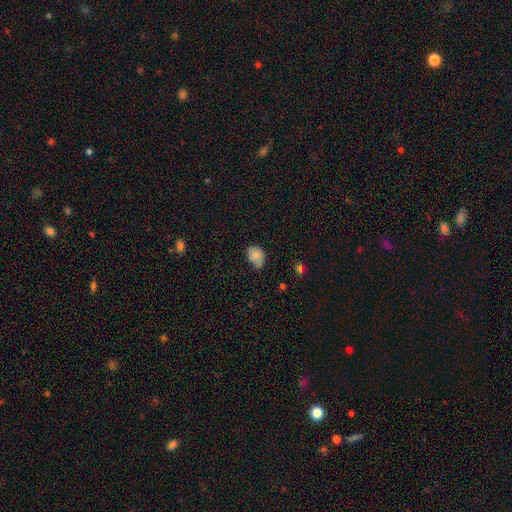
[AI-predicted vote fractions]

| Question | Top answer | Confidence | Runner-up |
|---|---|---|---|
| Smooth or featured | smooth | 76% | featured or disk (15%) |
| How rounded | in between | 68% | round (31%) |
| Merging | minor disturbance | 44% | none (41%) |